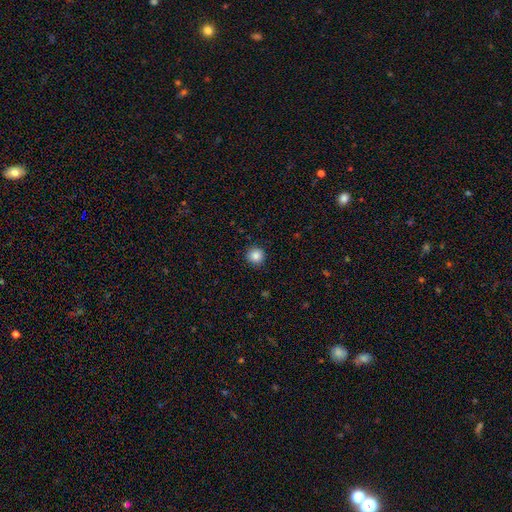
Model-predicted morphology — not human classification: A smooth galaxy with no disk features (86%) that is round (95%).

Vote fractions:
- Smooth or featured? smooth: 86% / star or artifact: 10% / featured or disk: 4%
- How rounded? round: 95% / in between: 4% / cigar-shaped: 1%
- Merging? none: 92% / minor disturbance: 5% / major disturbance: 2% / merger: 1%